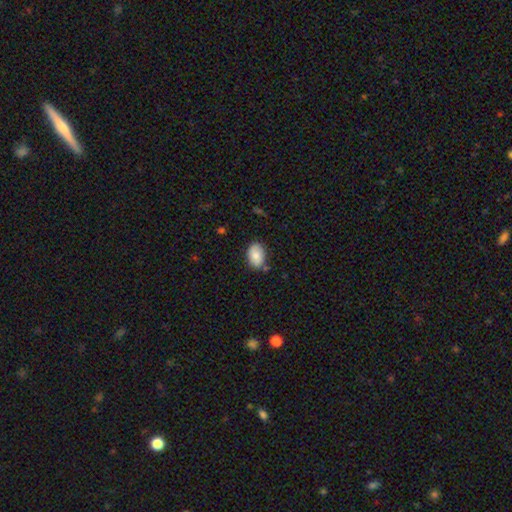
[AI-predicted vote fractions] This appears to be a smooth galaxy with no disk features (80%) that is in between round and cigar-shaped (86%). Merging: none (78%).